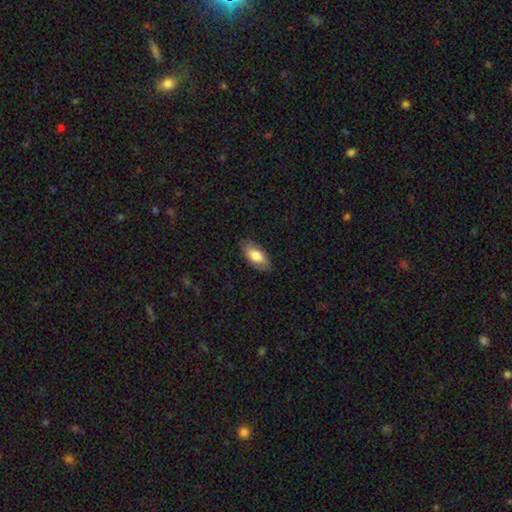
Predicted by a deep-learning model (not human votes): Smooth or featured? Predicted: smooth (p=0.77). How rounded? Predicted: in between (p=0.90). Merging? Predicted: none (p=0.84).